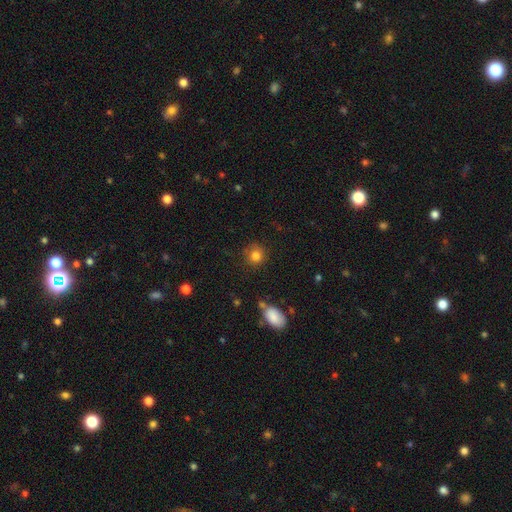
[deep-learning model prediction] Overall: smooth (83%). How rounded: round (87%). Merging: none (78%).